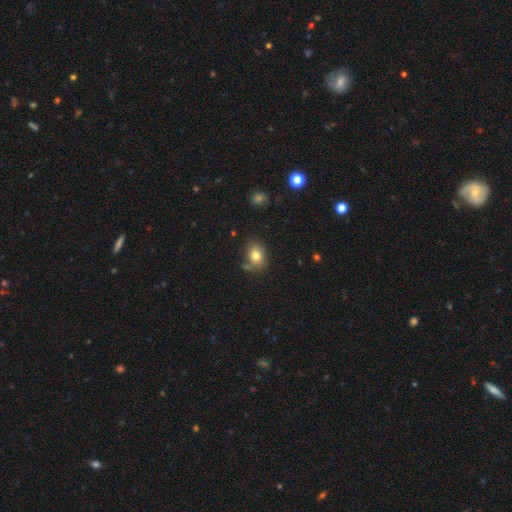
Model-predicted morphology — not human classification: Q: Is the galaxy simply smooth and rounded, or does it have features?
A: smooth — 79%.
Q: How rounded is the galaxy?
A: in between — 58%.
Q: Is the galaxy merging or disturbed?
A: none — 70%.